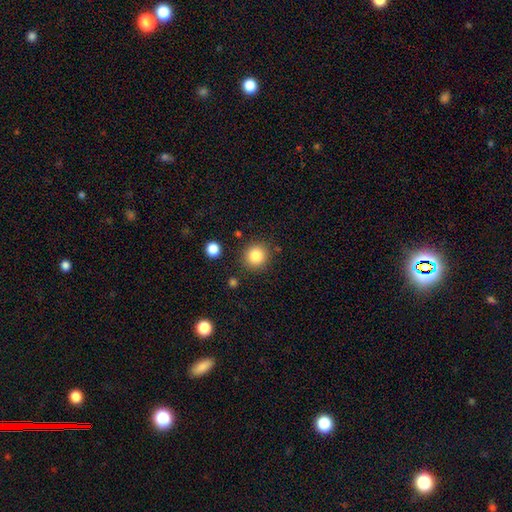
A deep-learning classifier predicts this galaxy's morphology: The model was most divided on "smooth or featured": smooth: 84%, star or artifact: 10%, featured or disk: 6%. More confident: how rounded — round (92%); merging — none (86%).